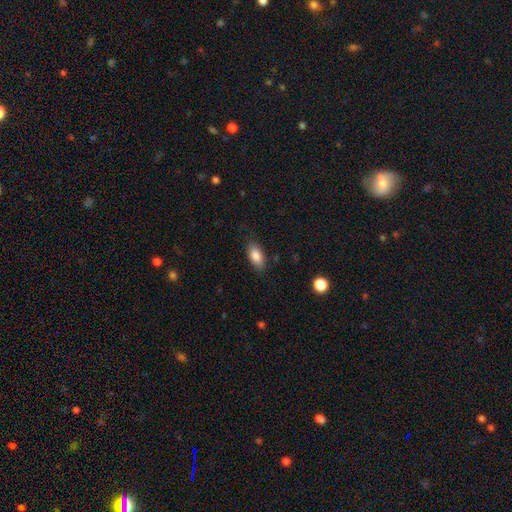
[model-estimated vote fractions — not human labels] Smooth or featured?
  - smooth: 86% *
  - star or artifact: 7%
  - featured or disk: 7%
How rounded?
  - in between: 90% *
  - cigar-shaped: 6%
  - round: 4%
Merging?
  - none: 81% *
  - minor disturbance: 14%
  - major disturbance: 4%
  - merger: 1%